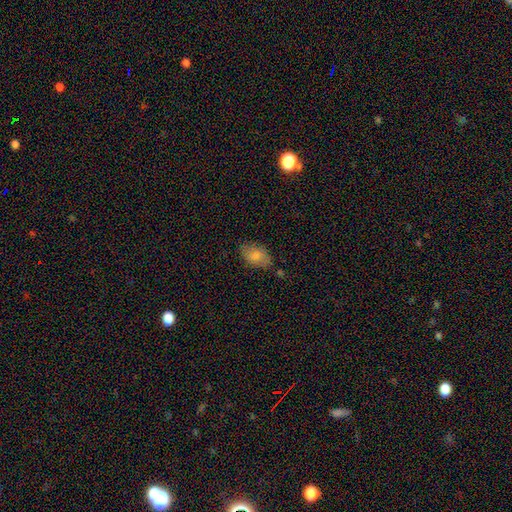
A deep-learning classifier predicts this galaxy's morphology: Q: Smooth or featured?
A: smooth (82%); runner-up: featured or disk (11%)
Q: How rounded?
A: in between (91%); runner-up: round (7%)
Q: Merging?
A: none (71%); runner-up: minor disturbance (20%)